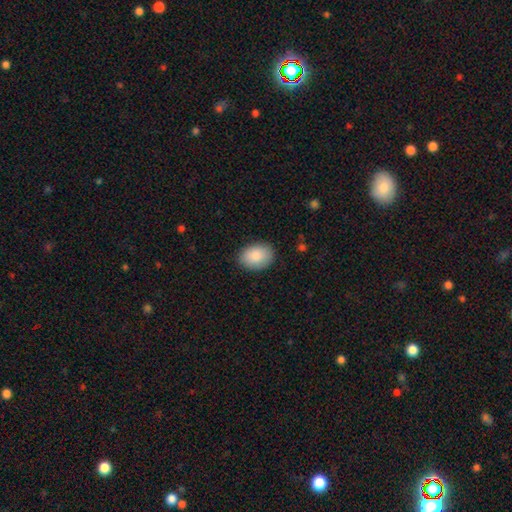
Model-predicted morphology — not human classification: Smooth or featured?
  - smooth: 87% *
  - featured or disk: 7%
  - star or artifact: 6%
How rounded?
  - in between: 76% *
  - round: 23%
  - cigar-shaped: 1%
Merging?
  - none: 86% *
  - minor disturbance: 11%
  - major disturbance: 2%
  - merger: 1%